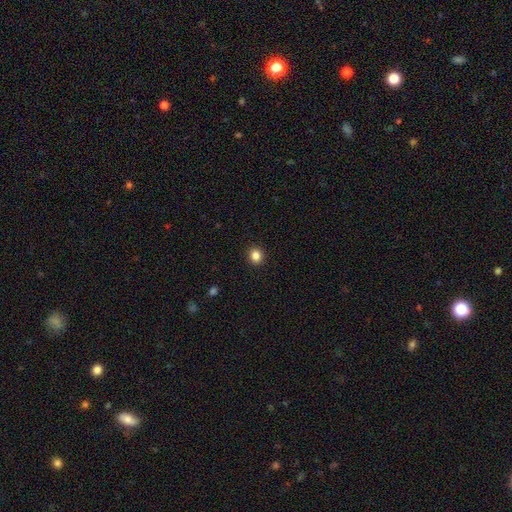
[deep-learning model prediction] A smooth galaxy with no disk features (85%) that is round (86%). Merging: none (92%).